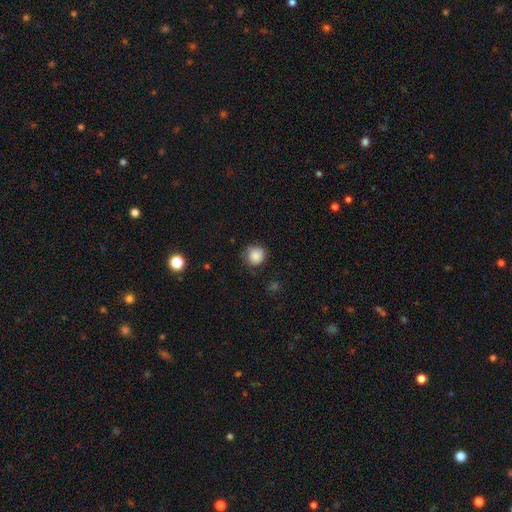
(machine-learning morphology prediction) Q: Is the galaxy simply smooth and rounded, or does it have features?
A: smooth — 87%.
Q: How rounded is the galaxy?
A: round — 91%.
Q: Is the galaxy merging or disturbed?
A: none — 77%.